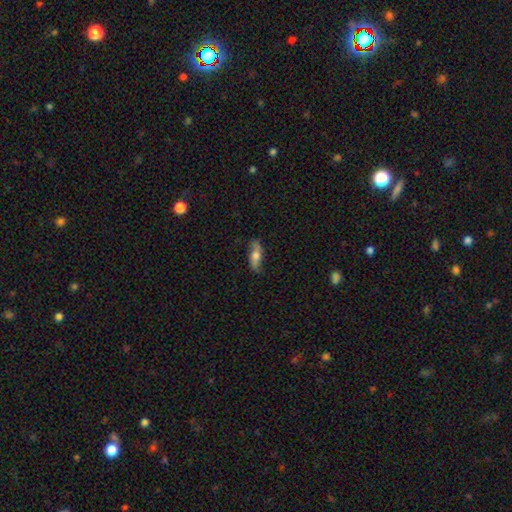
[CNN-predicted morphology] Smooth or featured?
  - smooth: 50% *
  - featured or disk: 44%
  - star or artifact: 7%
Merging?
  - none: 76% *
  - minor disturbance: 18%
  - major disturbance: 4%
  - merger: 1%